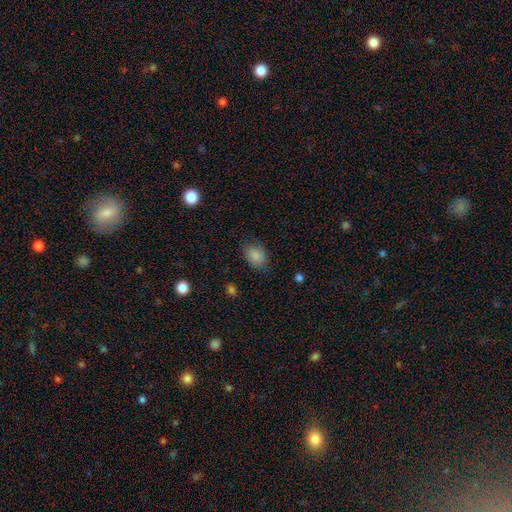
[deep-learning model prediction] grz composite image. It shows a smooth galaxy with no disk features (87%) that is in between round and cigar-shaped (70%). Merging: none (77%).